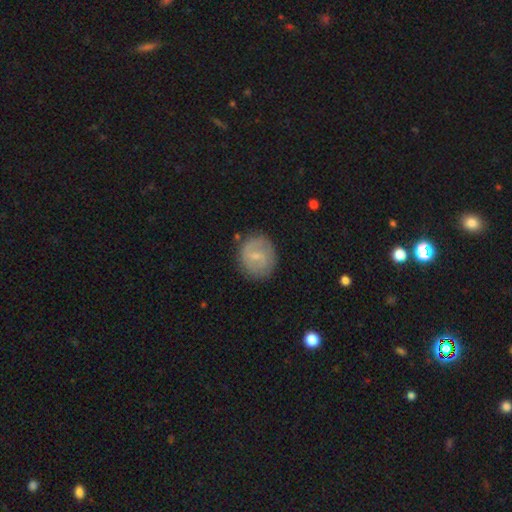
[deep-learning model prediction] Morphology: type=featured or disk (54%); edge-on=no (97%); bar=weak (59%); spiral arms=yes (74%); bulge=small (68%); merging=none (80%).